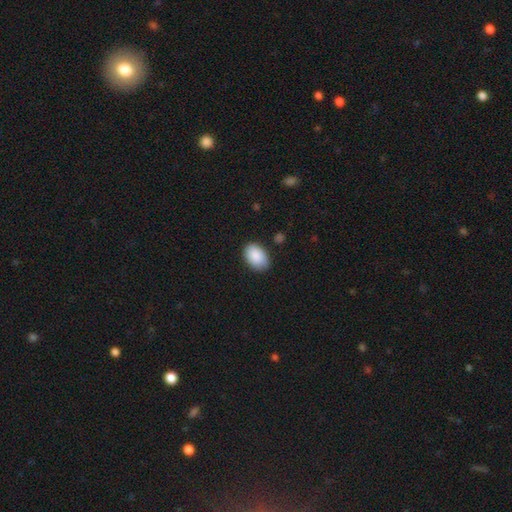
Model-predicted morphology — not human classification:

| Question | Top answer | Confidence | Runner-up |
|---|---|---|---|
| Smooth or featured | smooth | 88% | star or artifact (6%) |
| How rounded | in between | 89% | round (10%) |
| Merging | none | 83% | minor disturbance (13%) |